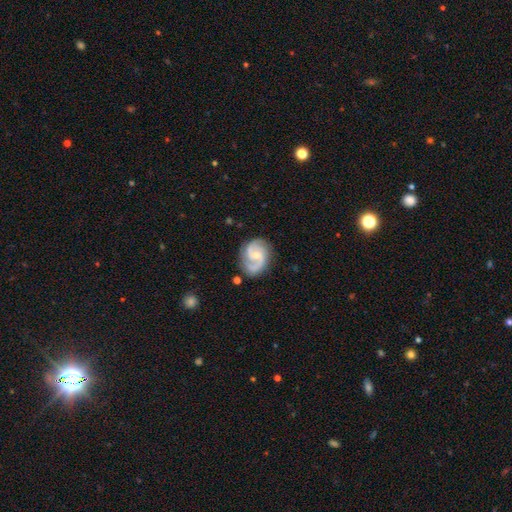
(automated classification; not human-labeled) Smooth or featured?
  - featured or disk: 90% *
  - smooth: 6%
  - star or artifact: 4%
Edge-on disk?
  - no: 98% *
  - yes: 2%
Bar?
  - no: 54% *
  - weak: 38%
  - strong: 8%
Spiral arms?
  - yes: 98% *
  - no: 2%
Spiral winding?
  - medium: 56% *
  - tight: 32%
  - loose: 12%
Spiral arm count?
  - 2: 84% *
  - 3: 8%
  - can't tell: 3%
  - 1: 2%
  - 4: 1%
  - more than 4: 1%
Bulge size?
  - small: 56% *
  - moderate: 40%
  - none: 2%
  - large: 1%
  - dominant: 1%
Merging?
  - none: 80% *
  - minor disturbance: 14%
  - major disturbance: 4%
  - merger: 2%